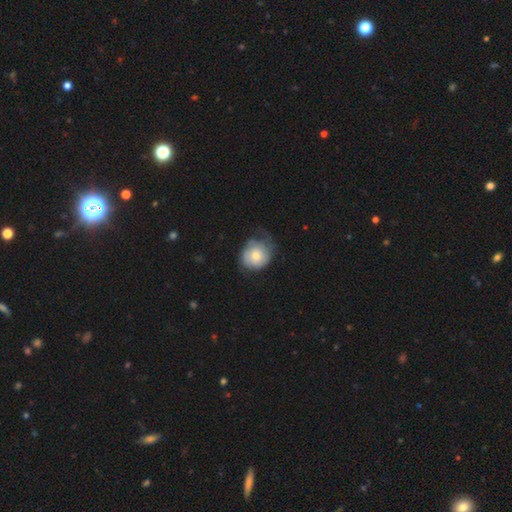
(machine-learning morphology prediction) This appears to be a smooth galaxy with no disk features (54%) that is round (75%). Merging: none (44%).